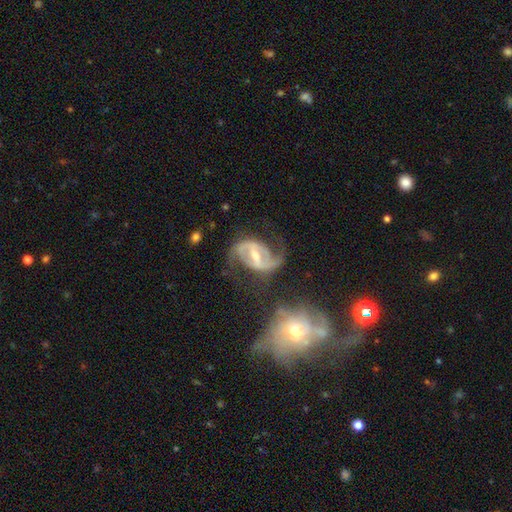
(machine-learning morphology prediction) Overall: featured or disk (88%). Edge-on disk: no (97%). Bar: strong (56%; weak 36%). Spiral arms: yes (95%). Spiral arm count: 2 (90%). Spiral winding: medium (49%; loose 34%). Bulge size: moderate (56%; small 34%). Merging: none (62%).